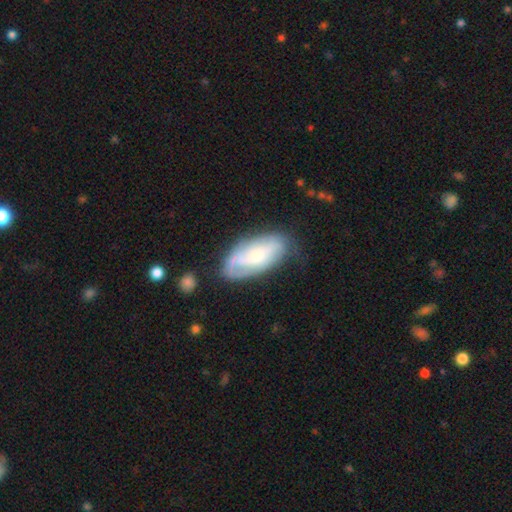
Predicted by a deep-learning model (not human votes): Overall: featured or disk (55%; smooth 38%). Edge-on disk: no (91%). Bar: no (61%; weak 30%). Spiral arms: yes (77%). Bulge size: small (40%, tied with moderate). Merging: none (62%; minor disturbance 25%).